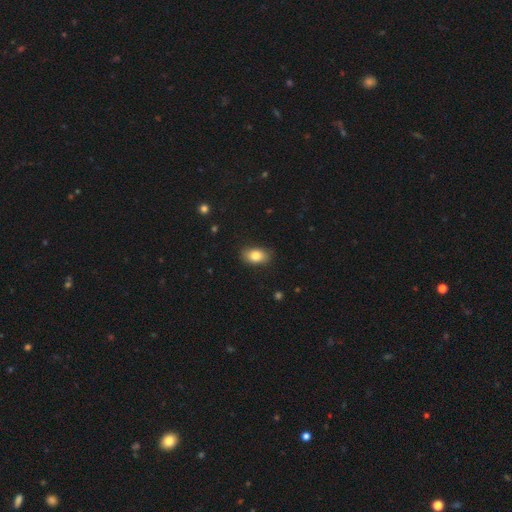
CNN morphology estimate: The model was most divided on "smooth or featured": smooth: 82%, featured or disk: 10%, star or artifact: 8%. More confident: how rounded — in between (87%); merging — none (86%).